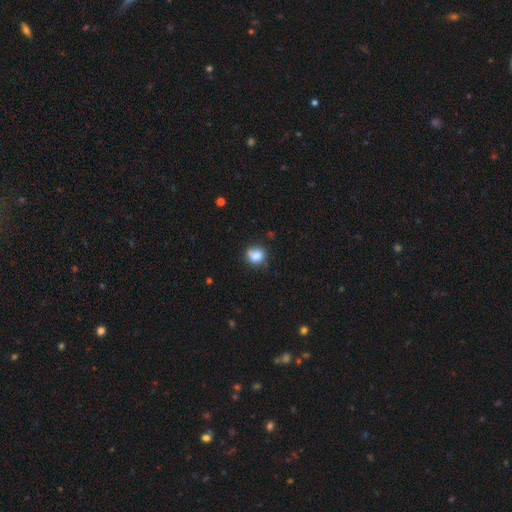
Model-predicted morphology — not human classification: Q: Smooth or featured?
A: smooth (82%); runner-up: star or artifact (10%)
Q: How rounded?
A: round (71%); runner-up: in between (28%)
Q: Merging?
A: none (62%); runner-up: minor disturbance (24%)